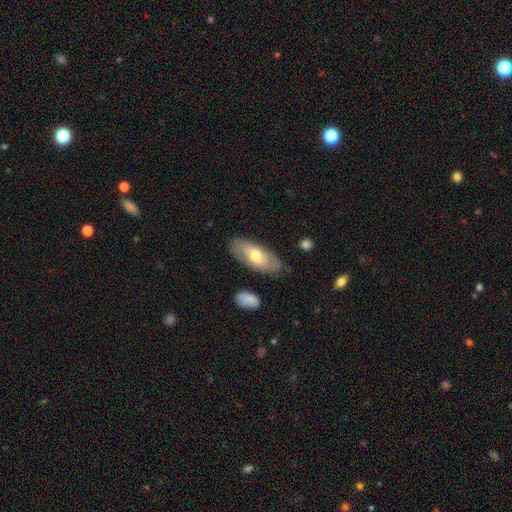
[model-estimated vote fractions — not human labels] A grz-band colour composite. It shows a smooth galaxy with no disk features (62%) that is in between round and cigar-shaped (85%). Merging: none (81%).